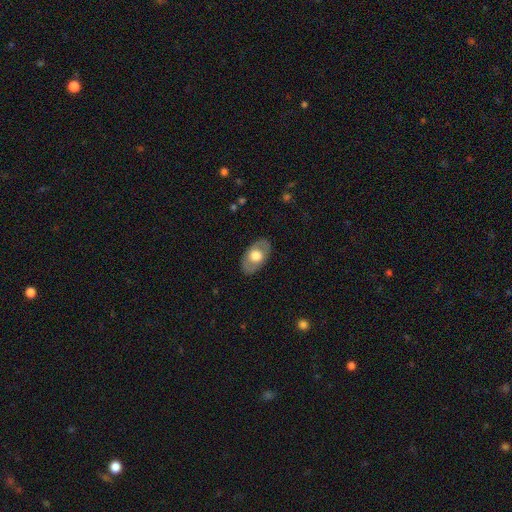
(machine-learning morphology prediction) smooth-or-featured: smooth: 55% | featured or disk: 39% | star or artifact: 5%
  how-rounded: in between: 89% | round: 9% | cigar-shaped: 1%
  merging: none: 84% | minor disturbance: 12% | major disturbance: 3% | merger: 1%